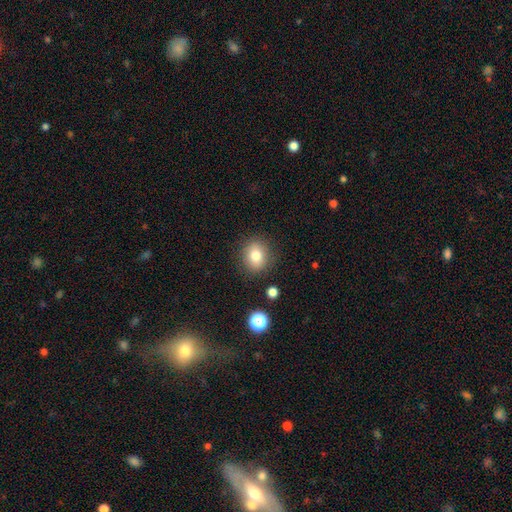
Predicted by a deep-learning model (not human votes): A smooth galaxy with no disk features (80%) that is round (69%). Merging: none (86%).